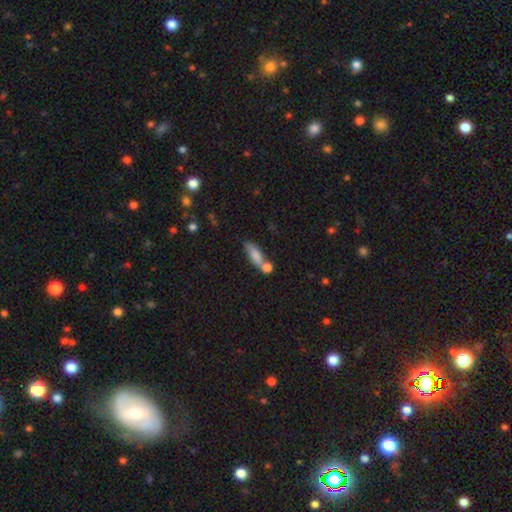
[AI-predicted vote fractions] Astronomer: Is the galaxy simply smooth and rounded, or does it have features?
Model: smooth — 77%.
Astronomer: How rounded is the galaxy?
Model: in between — 62%.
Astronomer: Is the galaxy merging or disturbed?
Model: merger — 42% (runner-up: none, 38%).